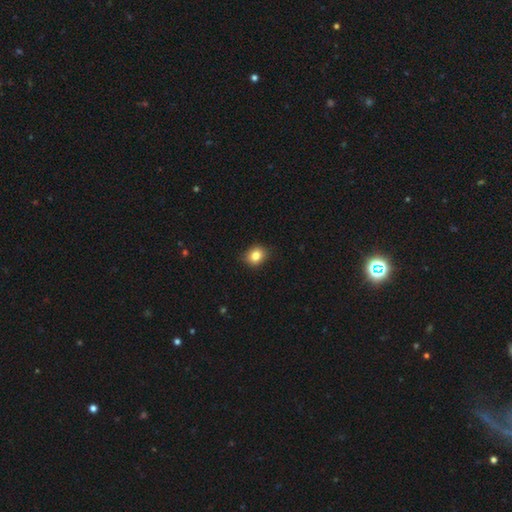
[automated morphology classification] smooth_or_featured: smooth (p=0.83) [alt: star or artifact p=0.10]
how_rounded: round (p=0.62) [alt: in between p=0.37]
merging: none (p=0.85) [alt: minor disturbance p=0.12]